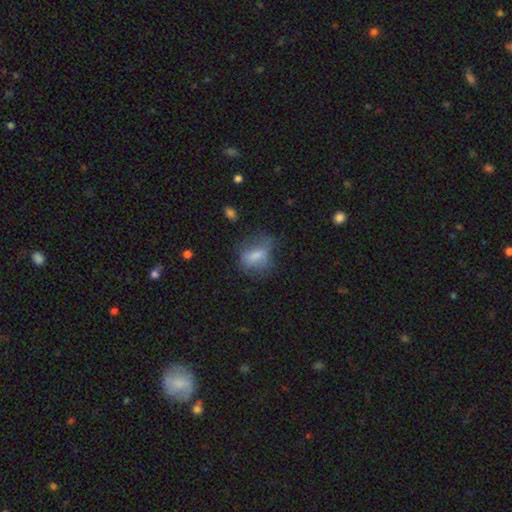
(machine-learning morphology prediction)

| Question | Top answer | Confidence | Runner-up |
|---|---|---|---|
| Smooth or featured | smooth | 64% | featured or disk (24%) |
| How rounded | in between | 68% | round (29%) |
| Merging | none | 39% | major disturbance (29%) |